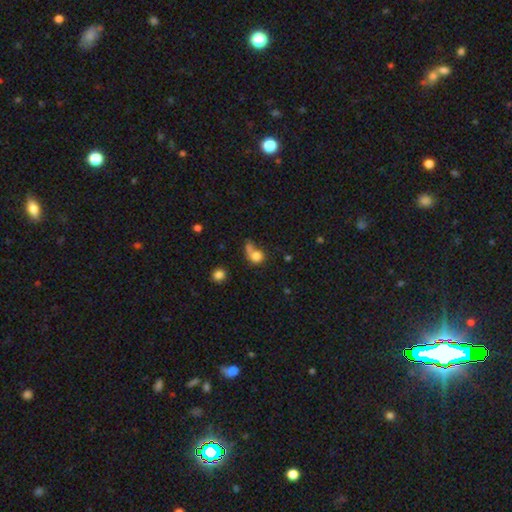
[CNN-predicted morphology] smooth-or-featured: smooth: 78% | star or artifact: 11% | featured or disk: 11%
  how-rounded: round: 77% | in between: 22% | cigar-shaped: 1%
  merging: merger: 37% | none: 34% | major disturbance: 15% | minor disturbance: 14%